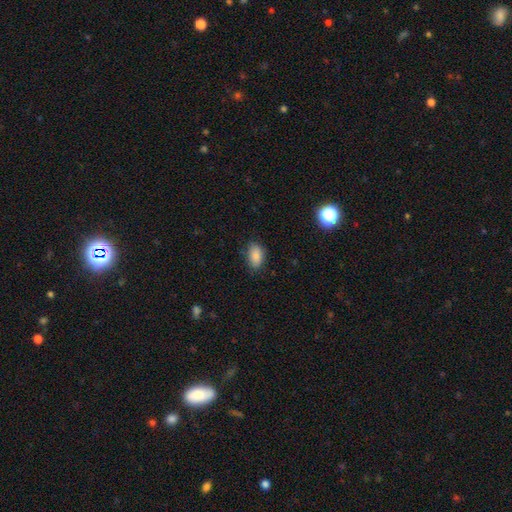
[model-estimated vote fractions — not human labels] Smooth or featured?
  - smooth: 88% *
  - star or artifact: 8%
  - featured or disk: 4%
How rounded?
  - in between: 91% *
  - round: 7%
  - cigar-shaped: 2%
Merging?
  - none: 80% *
  - minor disturbance: 16%
  - major disturbance: 3%
  - merger: 1%